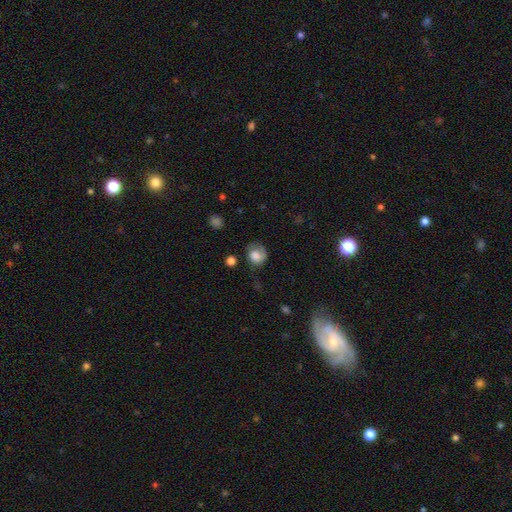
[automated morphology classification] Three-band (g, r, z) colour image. It shows a smooth galaxy with no disk features (70%) that is round (69%). Merging: none (49%).